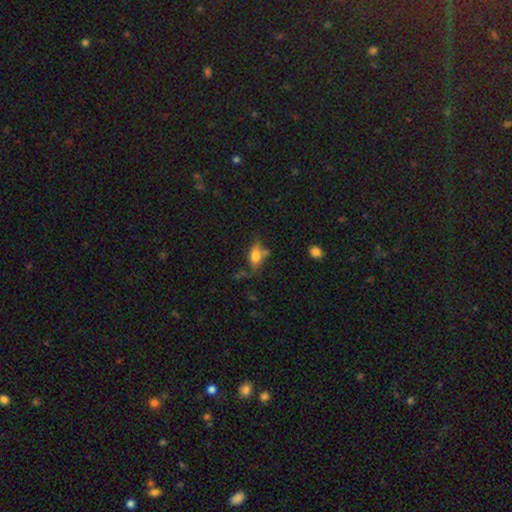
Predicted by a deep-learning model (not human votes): A smooth galaxy with no disk features (72%) that is in between round and cigar-shaped (83%).

Vote fractions:
- Smooth or featured? smooth: 72% / featured or disk: 18% / star or artifact: 10%
- How rounded? in between: 83% / cigar-shaped: 9% / round: 8%
- Merging? none: 56% / minor disturbance: 23% / merger: 12% / major disturbance: 9%